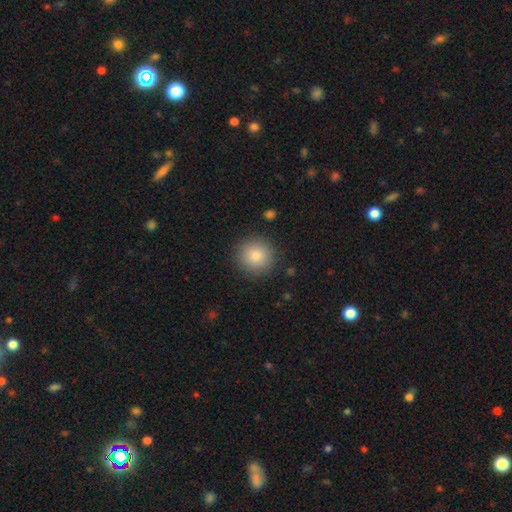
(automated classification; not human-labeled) A smooth galaxy with no disk features (85%) that is round (94%). Merging: none (89%).